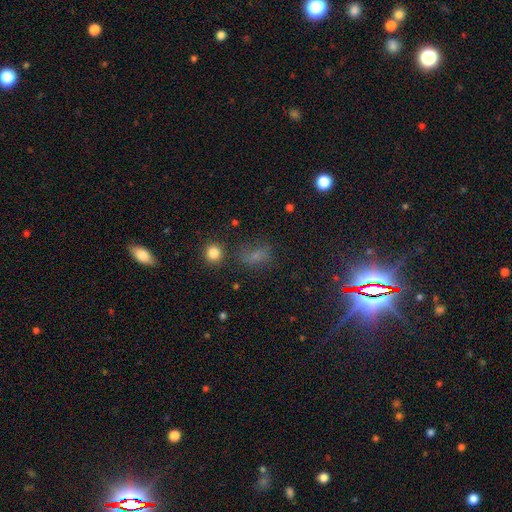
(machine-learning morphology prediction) This appears to be a smooth galaxy with no disk features (51%) that is in between round and cigar-shaped (63%). Merging: none (63%).